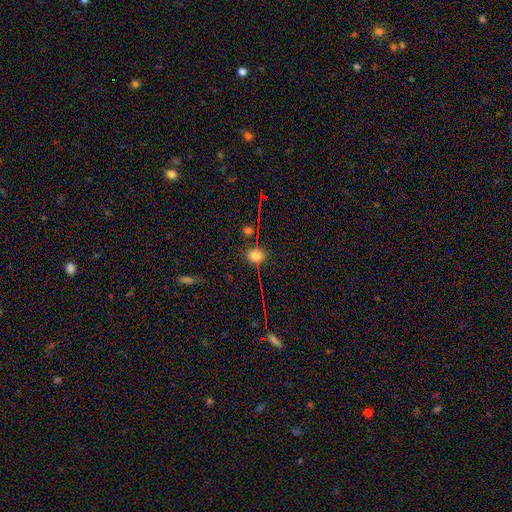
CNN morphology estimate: This is likely a smooth galaxy (70%). How rounded: possibly round (49%). Merging: likely none (76%).